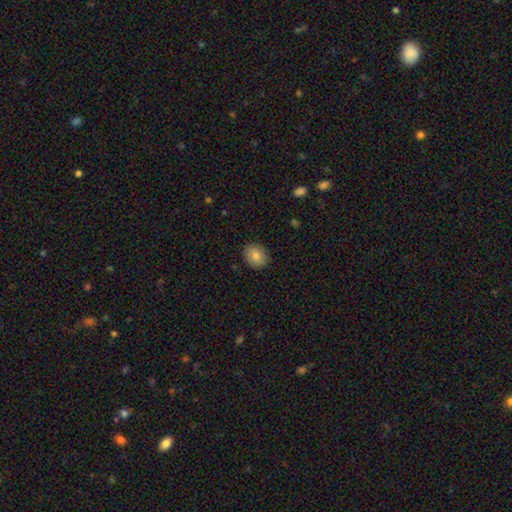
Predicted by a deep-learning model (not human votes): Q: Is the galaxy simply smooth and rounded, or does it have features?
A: smooth — 84%.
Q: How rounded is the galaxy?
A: round — 52%.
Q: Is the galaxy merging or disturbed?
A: none — 88%.